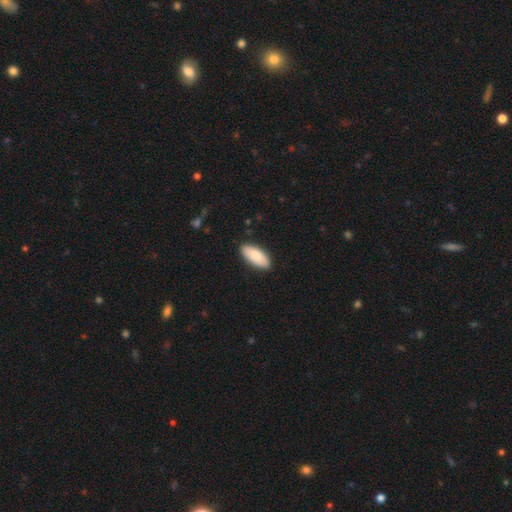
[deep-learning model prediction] smooth_or_featured: smooth (p=0.84) [alt: featured or disk p=0.11]
how_rounded: in between (p=0.86) [alt: cigar-shaped p=0.12]
merging: none (p=0.88) [alt: minor disturbance p=0.09]